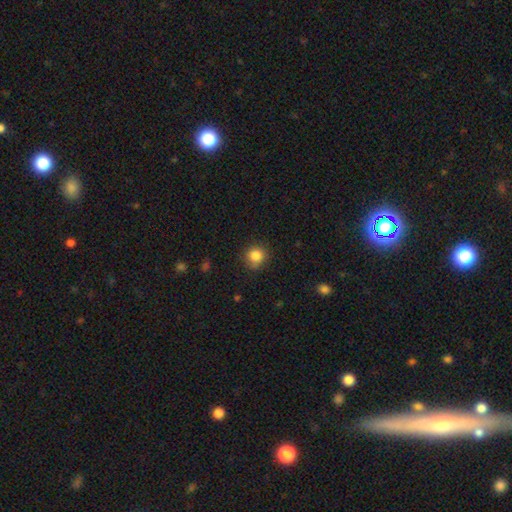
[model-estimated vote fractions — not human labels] Smooth or featured? Predicted: smooth (p=0.84). How rounded? Predicted: round (p=0.89). Merging? Predicted: none (p=0.81).